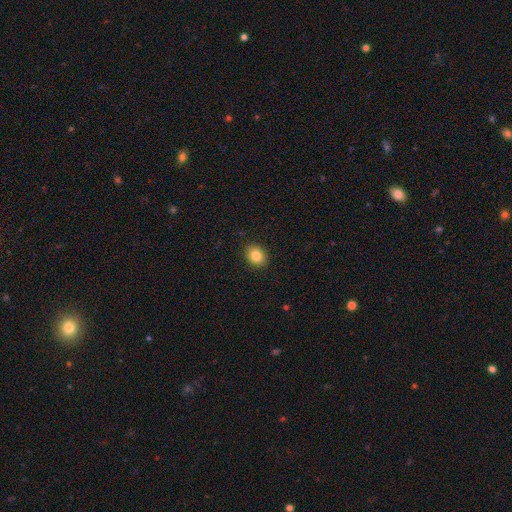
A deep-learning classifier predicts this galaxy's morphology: This is clearly a smooth galaxy (83%). How rounded: possibly round (56%). Merging: clearly none (90%).